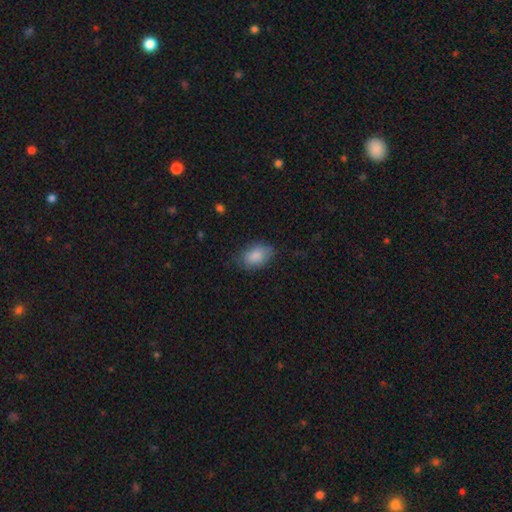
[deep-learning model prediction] This appears to be a smooth galaxy with no disk features (86%) that is in between round and cigar-shaped (88%). Merging: none (70%).